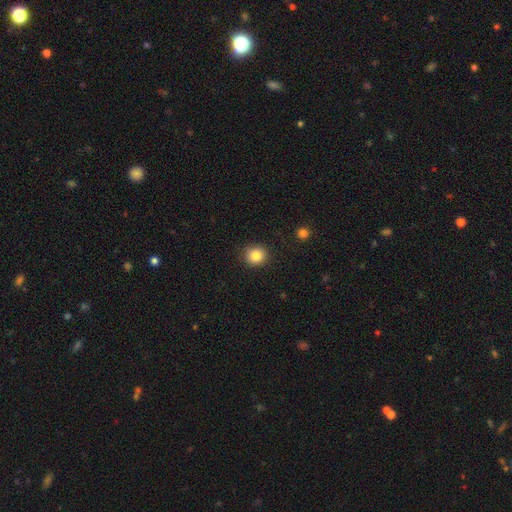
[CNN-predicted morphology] Smooth or featured: smooth — 84% (star or artifact — 10%)
How rounded: round — 89% (in between — 10%)
Merging: none — 89% (minor disturbance — 7%)